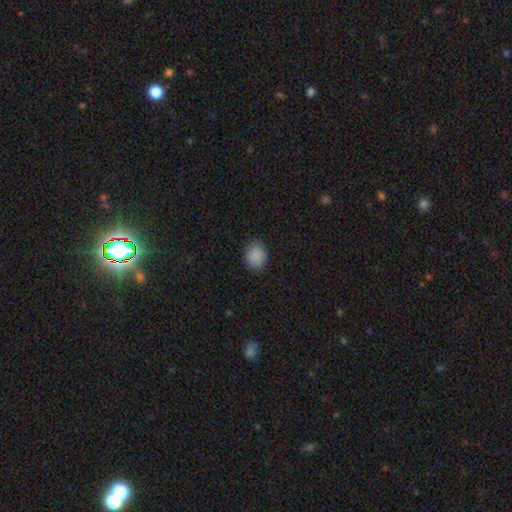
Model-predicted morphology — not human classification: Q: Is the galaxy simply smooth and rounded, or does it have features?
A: smooth — 88%.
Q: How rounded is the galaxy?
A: round — 61%.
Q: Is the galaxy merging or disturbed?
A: none — 84%.